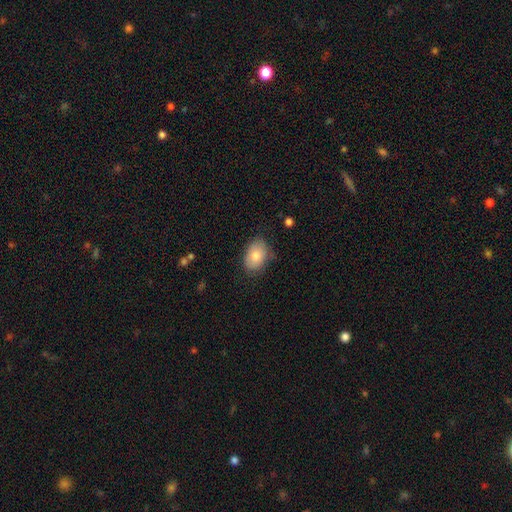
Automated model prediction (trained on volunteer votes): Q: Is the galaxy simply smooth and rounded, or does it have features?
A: smooth — 79%.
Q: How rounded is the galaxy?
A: in between — 84%.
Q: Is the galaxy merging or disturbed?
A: none — 73%.